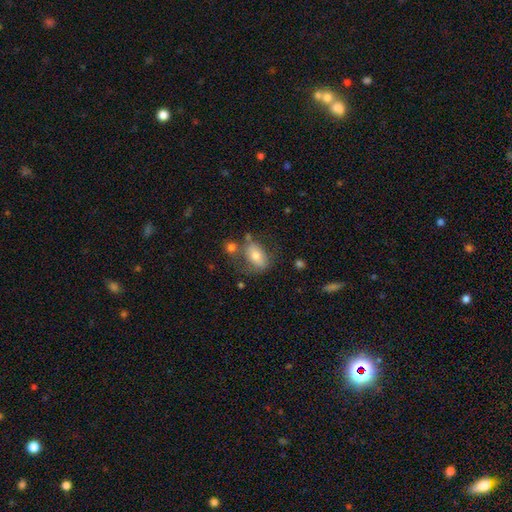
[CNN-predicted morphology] The model was most divided on "merging": none: 50%, minor disturbance: 21%, merger: 15%, major disturbance: 13%. More confident: how rounded — in between (84%); smooth or featured — smooth (66%).